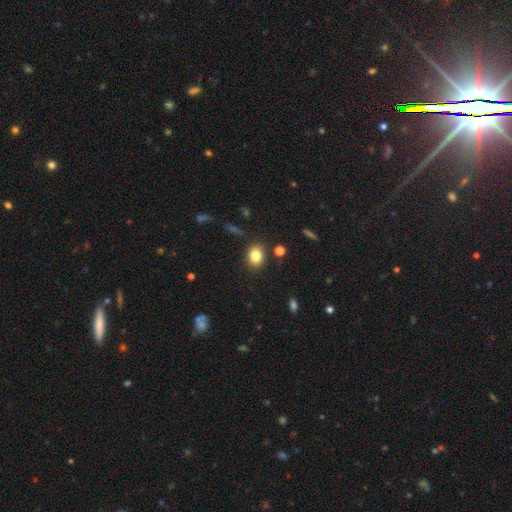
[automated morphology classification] This is clearly a smooth galaxy (83%). How rounded: possibly in between (57%). Merging: clearly none (86%).